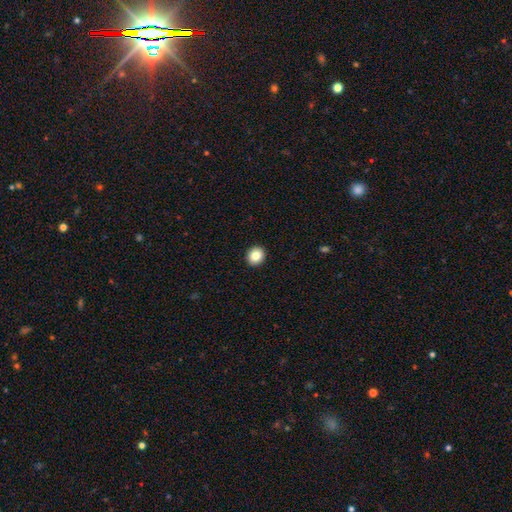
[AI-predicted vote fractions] The model was most divided on "how rounded": round: 81%, in between: 18%, cigar-shaped: 1%. More confident: merging — none (93%); smooth or featured — smooth (84%).